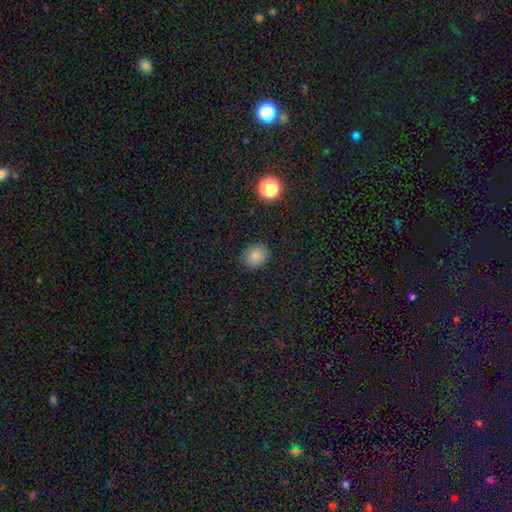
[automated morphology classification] type=smooth (83%); roundness=round (69%); merging=none (87%).